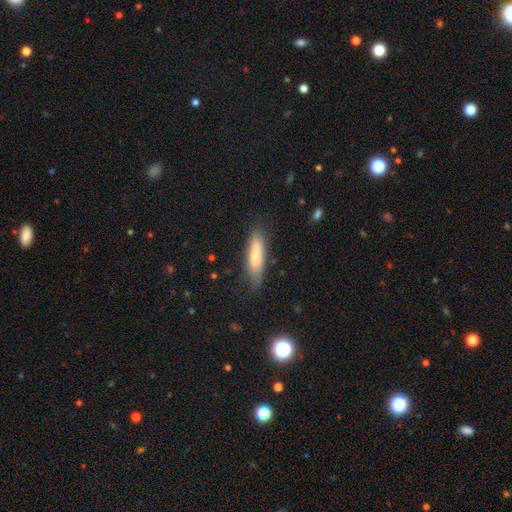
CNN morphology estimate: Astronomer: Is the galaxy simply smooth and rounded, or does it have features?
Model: smooth — 74%.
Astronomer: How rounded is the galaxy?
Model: cigar-shaped — 67%.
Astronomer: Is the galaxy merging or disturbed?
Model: none — 78%.